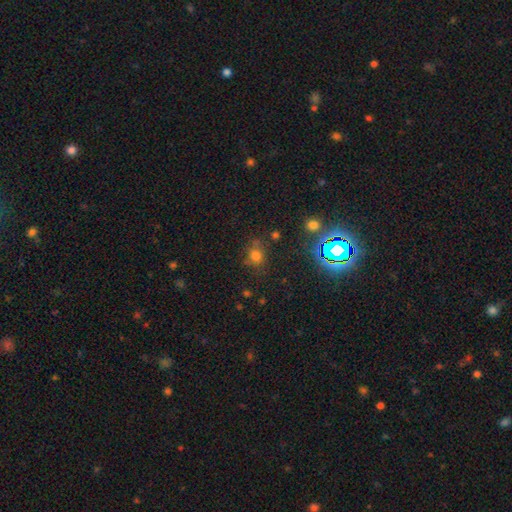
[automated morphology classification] type=smooth (63%); roundness=round (69%); merging=none (66%).